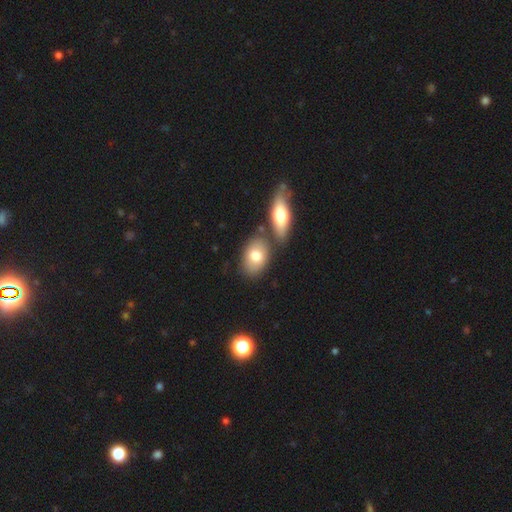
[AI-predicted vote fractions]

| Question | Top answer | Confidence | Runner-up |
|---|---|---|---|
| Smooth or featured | smooth | 76% | featured or disk (18%) |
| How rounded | in between | 85% | round (12%) |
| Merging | none | 66% | merger (19%) |